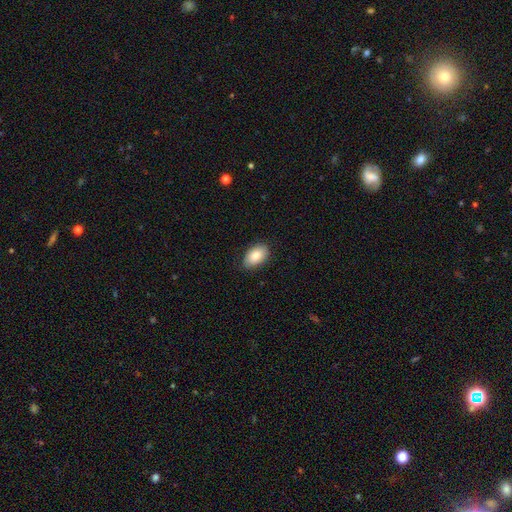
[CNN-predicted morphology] The model was most divided on "merging": none: 82%, minor disturbance: 14%, major disturbance: 2%, merger: 1%. More confident: how rounded — in between (93%); smooth or featured — smooth (84%).